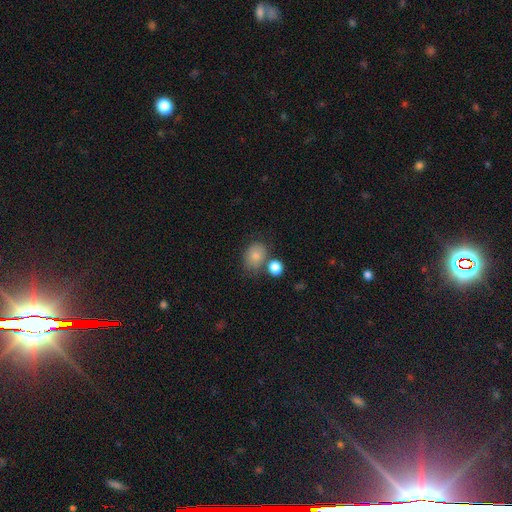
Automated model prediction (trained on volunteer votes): This is likely a smooth galaxy (79%). How rounded: possibly in between (51%). Merging: likely none (61%).